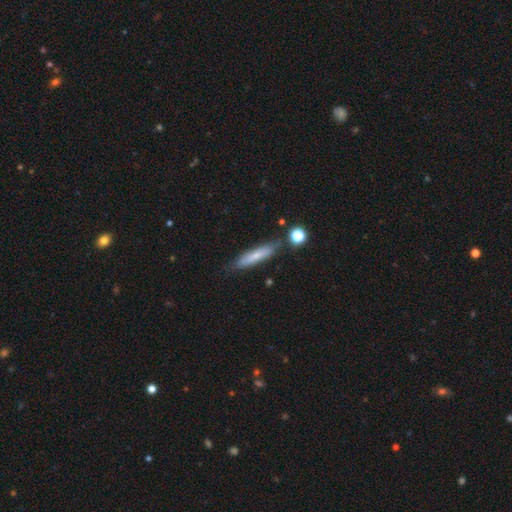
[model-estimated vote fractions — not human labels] This appears to be a smooth galaxy with no disk features (66%) that is cigar-shaped (83%). Merging: none (74%).